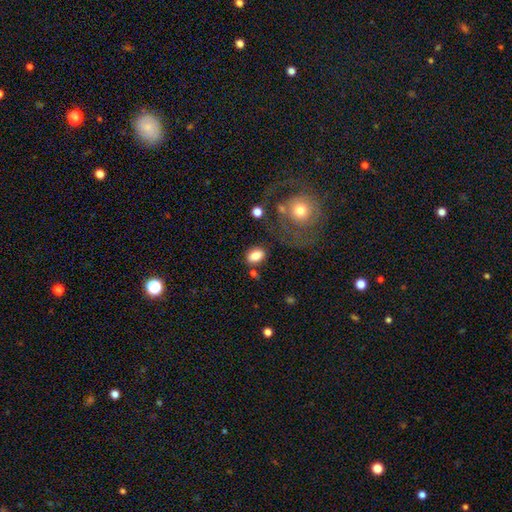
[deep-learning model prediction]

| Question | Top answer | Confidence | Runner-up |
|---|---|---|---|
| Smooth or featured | smooth | 83% | star or artifact (9%) |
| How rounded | in between | 78% | round (21%) |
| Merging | none | 75% | minor disturbance (13%) |